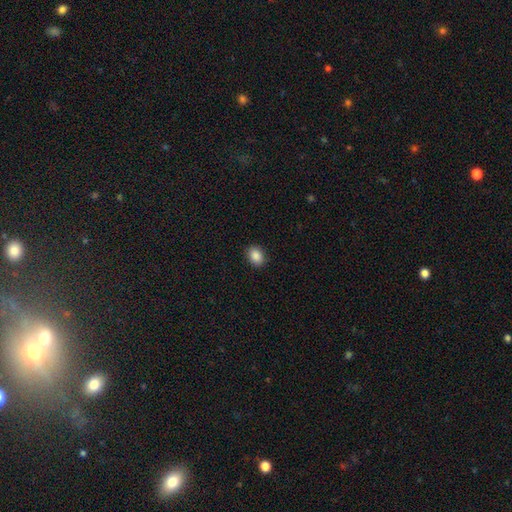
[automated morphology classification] This is clearly a smooth galaxy (89%). How rounded: likely in between (67%). Merging: clearly none (90%).